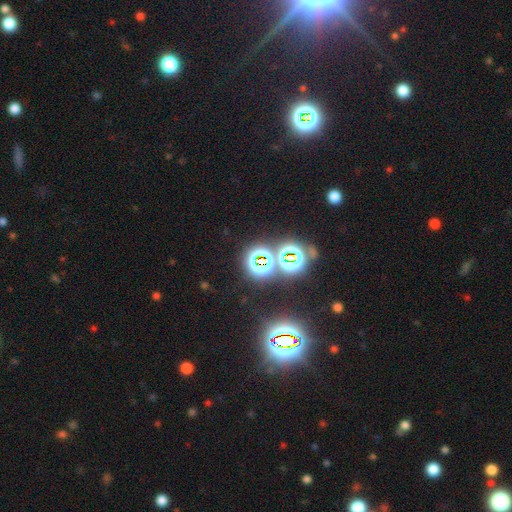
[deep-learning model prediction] Smooth or featured? star or artifact (76%)